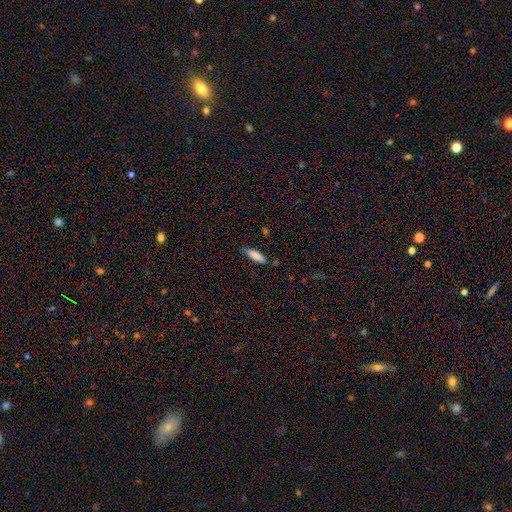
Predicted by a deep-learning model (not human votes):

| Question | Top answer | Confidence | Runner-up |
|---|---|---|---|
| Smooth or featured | smooth | 83% | featured or disk (11%) |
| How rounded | cigar-shaped | 62% | in between (37%) |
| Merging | none | 76% | minor disturbance (18%) |